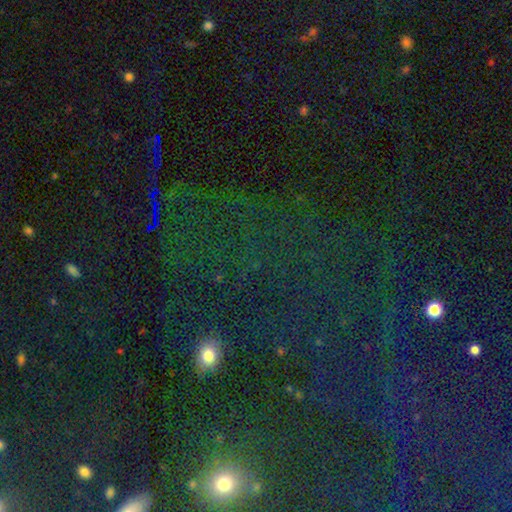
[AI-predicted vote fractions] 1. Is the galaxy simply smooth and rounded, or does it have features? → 73% star or artifact, 18% smooth, 9% featured or disk.